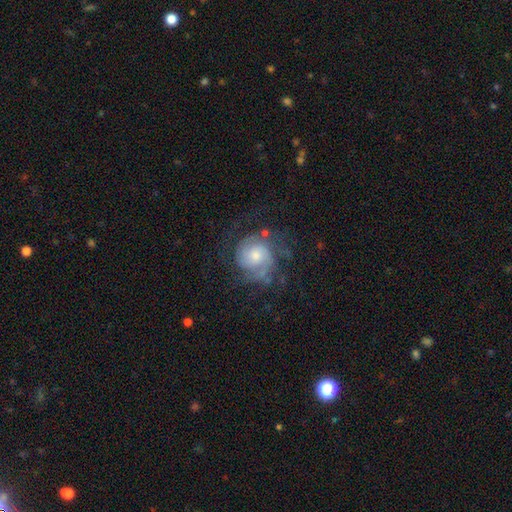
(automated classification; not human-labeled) Morphology: type=featured or disk (74%); edge-on=no (98%); bar=no (72%); spiral arms=yes (92%); winding=tight (50%); arm count=2 (34%); bulge=moderate (53%); merging=none (59%).